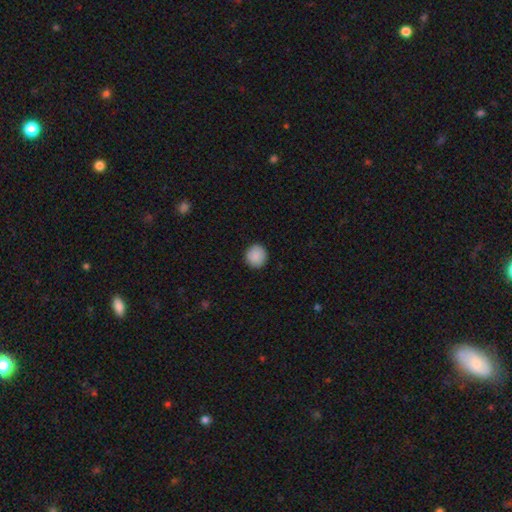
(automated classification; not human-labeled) Smooth or featured? Predicted: smooth (p=0.89). How rounded? Predicted: round (p=0.93). Merging? Predicted: none (p=0.92).